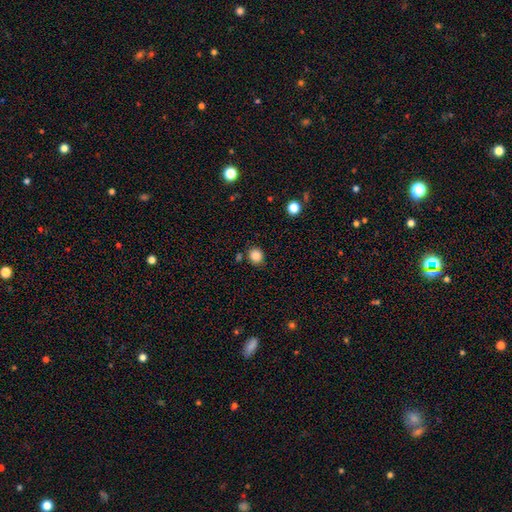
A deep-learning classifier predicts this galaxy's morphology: The model was most divided on "how rounded": round: 79%, in between: 20%, cigar-shaped: 1%. More confident: smooth or featured — smooth (85%); merging — none (83%).